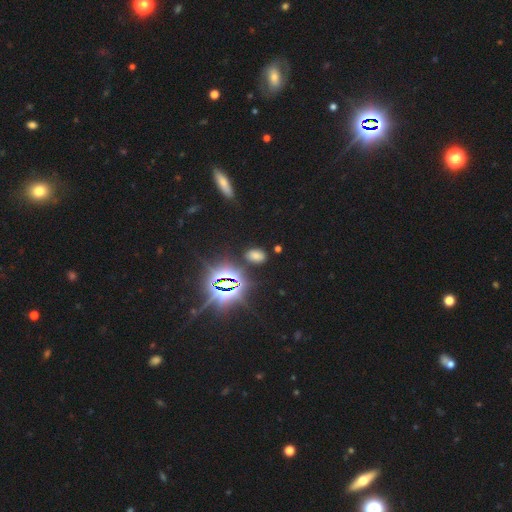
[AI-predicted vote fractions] This is possibly a smooth galaxy (52%). How rounded: clearly in between (84%). Merging: clearly none (83%).